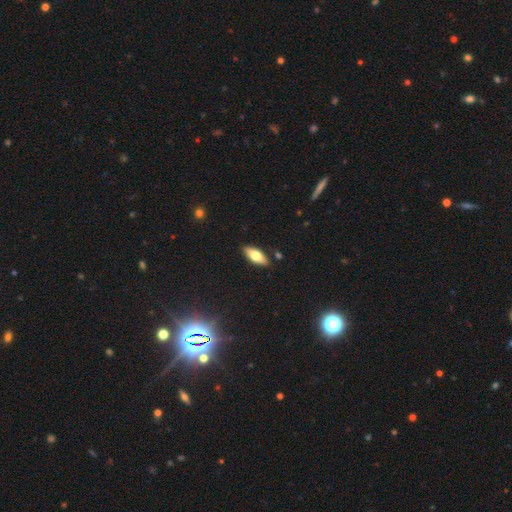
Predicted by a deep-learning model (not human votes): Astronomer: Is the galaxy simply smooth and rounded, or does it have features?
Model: smooth — 67%.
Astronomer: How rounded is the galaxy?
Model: in between — 74%.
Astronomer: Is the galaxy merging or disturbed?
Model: none — 87%.